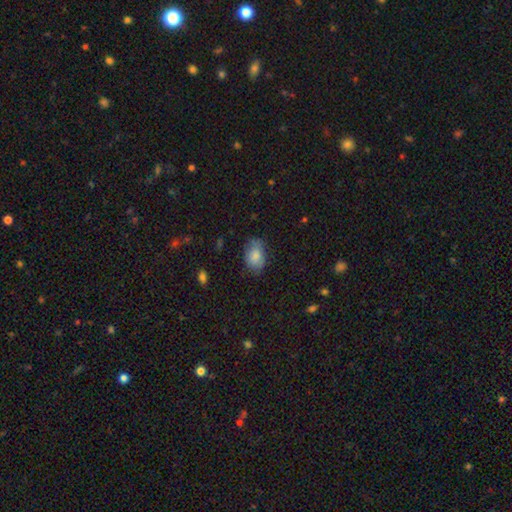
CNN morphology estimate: Q: Smooth or featured?
A: smooth (78%); runner-up: featured or disk (13%)
Q: How rounded?
A: in between (83%); runner-up: round (16%)
Q: Merging?
A: none (70%); runner-up: minor disturbance (24%)